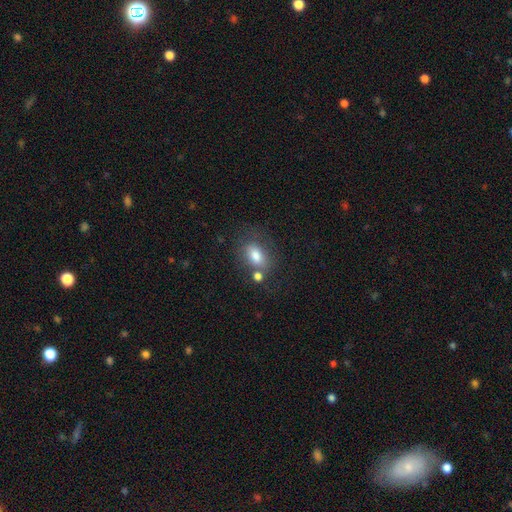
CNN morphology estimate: The model was most divided on "merging": none: 57%, merger: 19%, minor disturbance: 17%, major disturbance: 8%. More confident: how rounded — in between (80%); smooth or featured — smooth (78%).